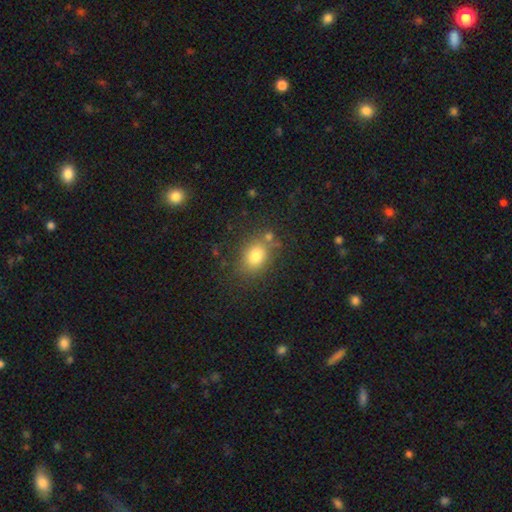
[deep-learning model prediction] smooth 79%, star or artifact 12%, featured or disk 10%. Down the decision tree: how rounded — in between (57%); merging — none (73%).